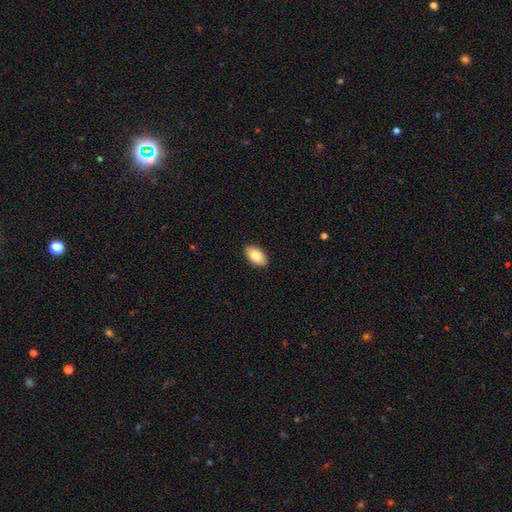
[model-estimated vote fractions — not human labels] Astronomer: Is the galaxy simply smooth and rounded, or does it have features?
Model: smooth — 82%.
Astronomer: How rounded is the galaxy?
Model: in between — 94%.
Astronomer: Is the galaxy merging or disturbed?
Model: none — 90%.